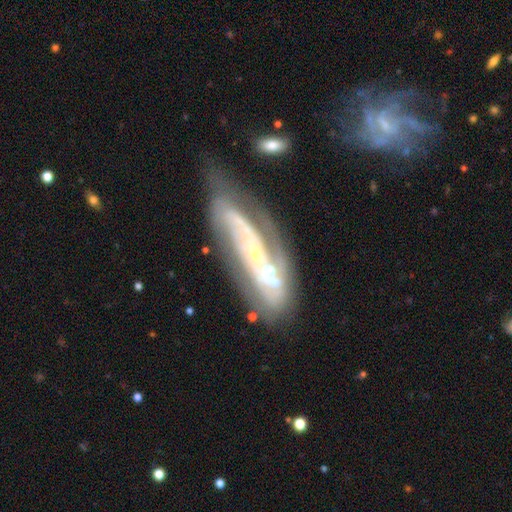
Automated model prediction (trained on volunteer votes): A featured or disk galaxy (78%) with no bar (64%), can't tell (39%, tied with 2) tight (48%) spiral arms (79%) and a small central bulge (72%).

Vote fractions:
- Smooth or featured? featured or disk: 78% / smooth: 14% / star or artifact: 8%
- Edge-on disk? no: 84% / yes: 16%
- Bar? no: 64% / weak: 23% / strong: 13%
- Spiral arms? yes: 79% / no: 21%
- Spiral winding? tight: 48% / medium: 34% / loose: 19%
- Spiral arm count? can't tell: 39% (tied) / 2: 39% (tied) / 1: 9% / 3: 7% / 4: 3% / more than 4: 3%
- Bulge size? small: 72% / moderate: 19% / none: 6% / large: 2% / dominant: 1%
- Merging? none: 45% / minor disturbance: 20% / merger: 19% / major disturbance: 16%